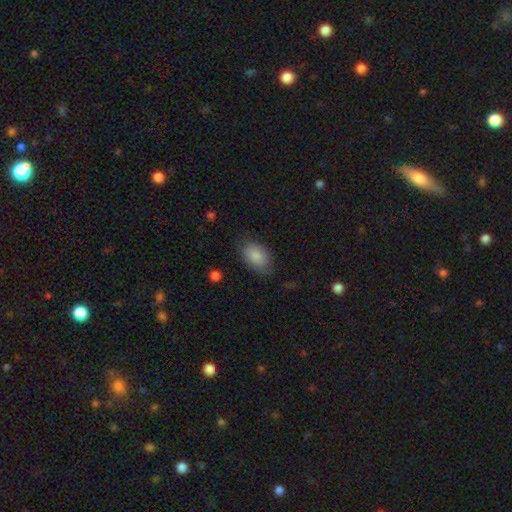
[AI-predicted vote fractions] Smooth or featured? smooth (86%)
How rounded? in between (90%)
Merging? none (76%)